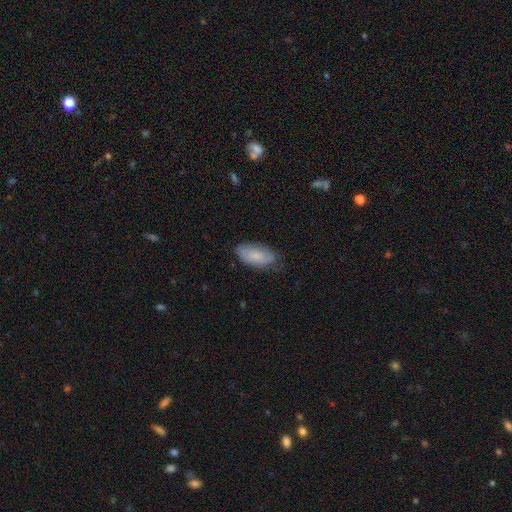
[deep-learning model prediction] Morphology: type=smooth (71%); roundness=in between (92%); merging=none (69%).